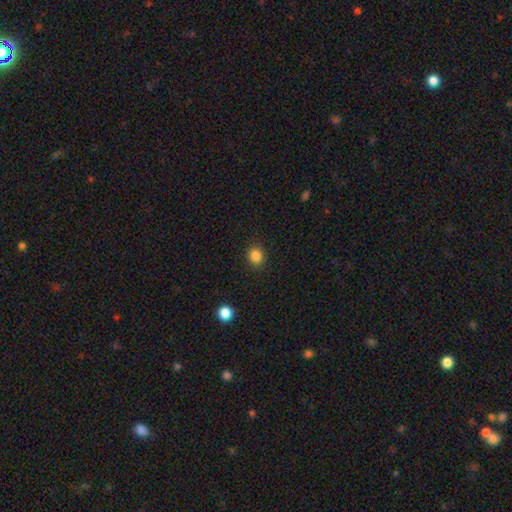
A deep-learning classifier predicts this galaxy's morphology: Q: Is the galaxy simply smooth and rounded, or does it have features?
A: smooth — 85%.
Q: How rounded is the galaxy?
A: round — 76%.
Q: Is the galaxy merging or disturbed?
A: none — 89%.